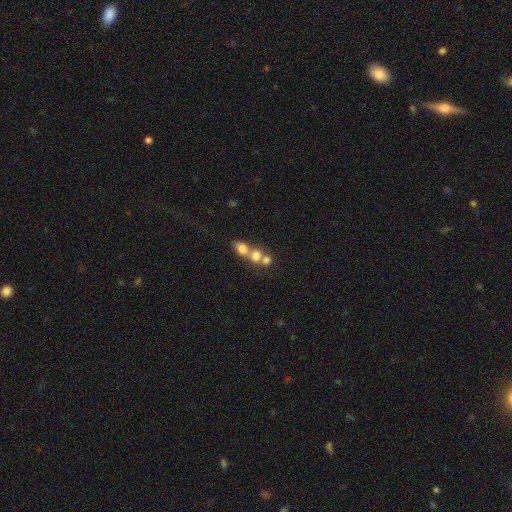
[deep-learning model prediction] Smooth or featured? smooth (69%)
How rounded? round (60%)
Merging? merger (67%)